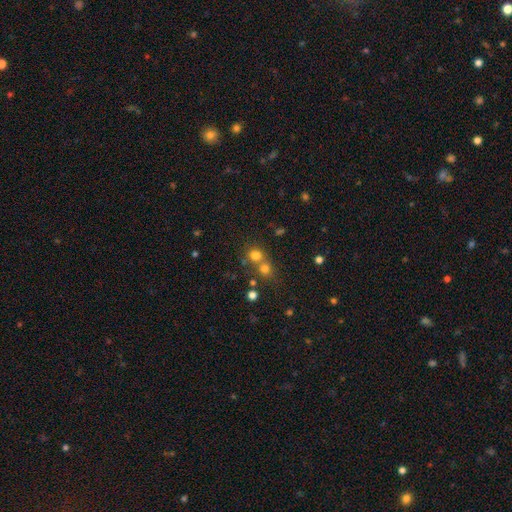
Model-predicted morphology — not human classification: This is likely a smooth galaxy (72%). How rounded: clearly round (85%). Merging: possibly none (48%).